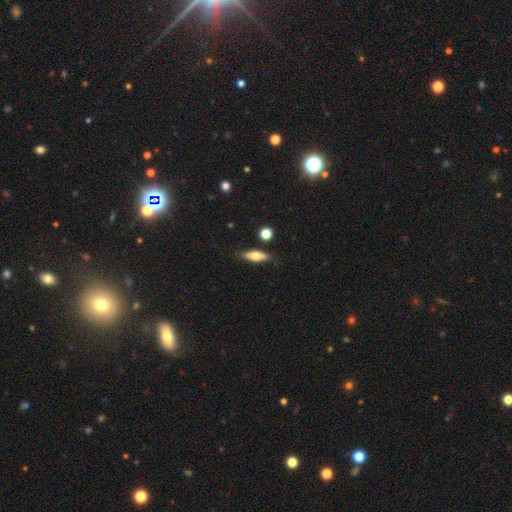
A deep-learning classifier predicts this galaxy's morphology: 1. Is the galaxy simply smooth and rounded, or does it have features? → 68% smooth, 25% featured or disk, 7% star or artifact.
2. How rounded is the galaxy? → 58% in between, 39% cigar-shaped, 3% round.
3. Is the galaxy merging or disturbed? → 80% none, 14% minor disturbance, 3% merger, 3% major disturbance.